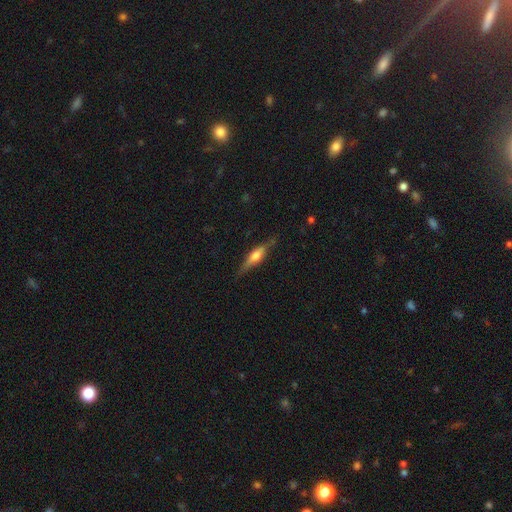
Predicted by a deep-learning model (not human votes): Smooth or featured: featured or disk — 61% (smooth — 33%)
Edge-on disk: yes — 95% (no — 5%)
Edge-on bulge: rounded — 85% (boxy — 11%)
Merging: none — 80% (minor disturbance — 15%)